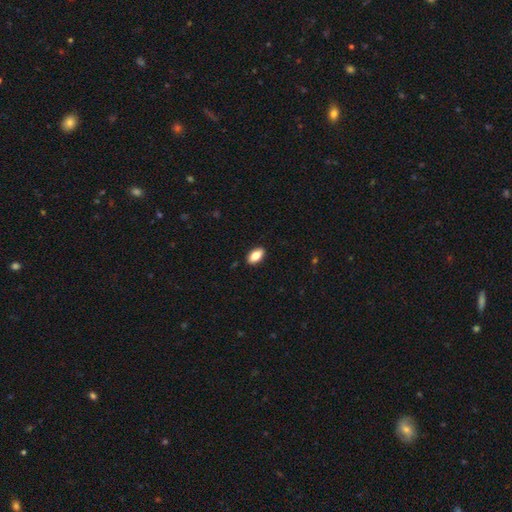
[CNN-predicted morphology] type=smooth (83%); roundness=in between (91%); merging=none (90%).